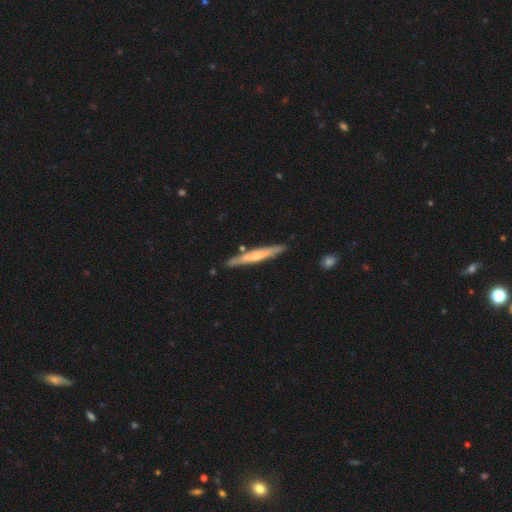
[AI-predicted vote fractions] A featured or disk galaxy (50%). Merging: none (85%).